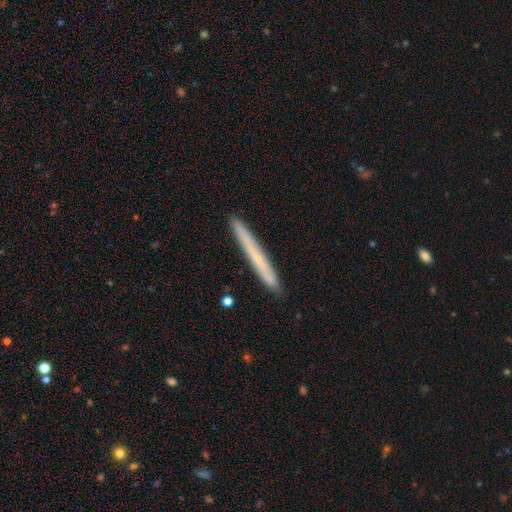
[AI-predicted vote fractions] This is possibly a smooth galaxy (53%). How rounded: clearly cigar-shaped (97%). Merging: clearly none (90%).